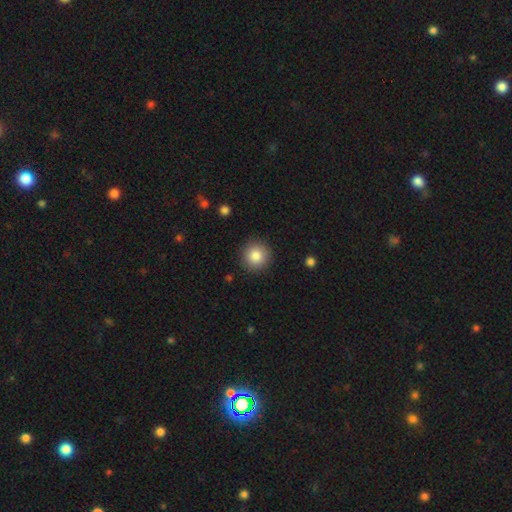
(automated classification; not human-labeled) A smooth galaxy with no disk features (84%) that is round (94%). Merging: none (91%).